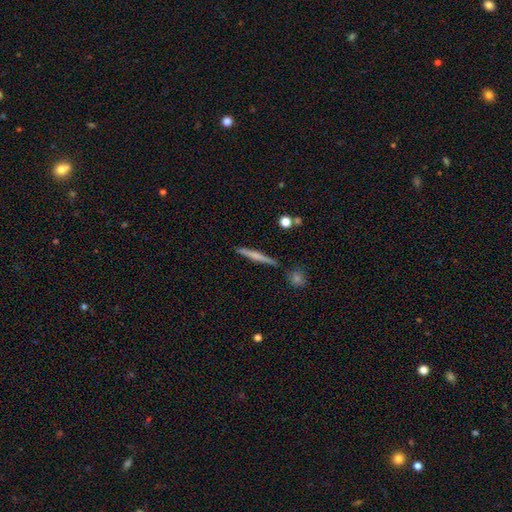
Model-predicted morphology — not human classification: Q: Smooth or featured?
A: featured or disk (47%); tied with: smooth (47%)
Q: Merging?
A: none (88%); runner-up: minor disturbance (8%)